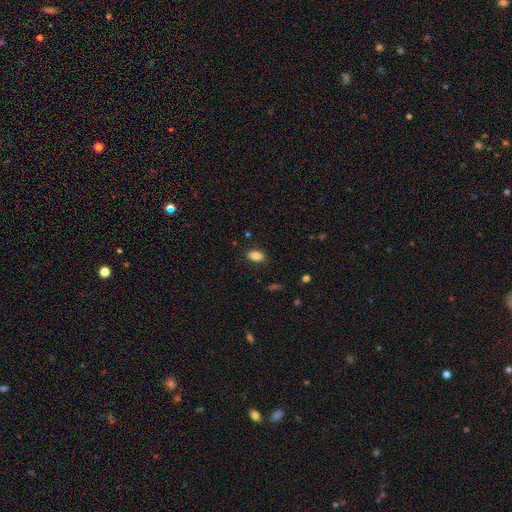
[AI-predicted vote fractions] smooth_or_featured: smooth (p=0.82) [alt: featured or disk p=0.09]
how_rounded: in between (p=0.90) [alt: round p=0.07]
merging: none (p=0.86) [alt: minor disturbance p=0.11]